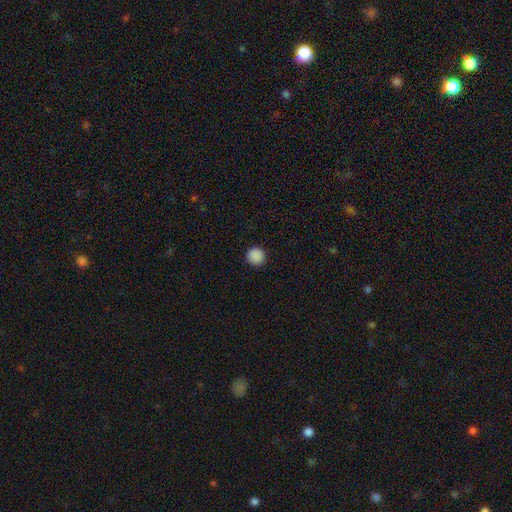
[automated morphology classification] The model was most divided on "smooth or featured": smooth: 89%, star or artifact: 9%, featured or disk: 2%. More confident: how rounded — round (95%); merging — none (92%).